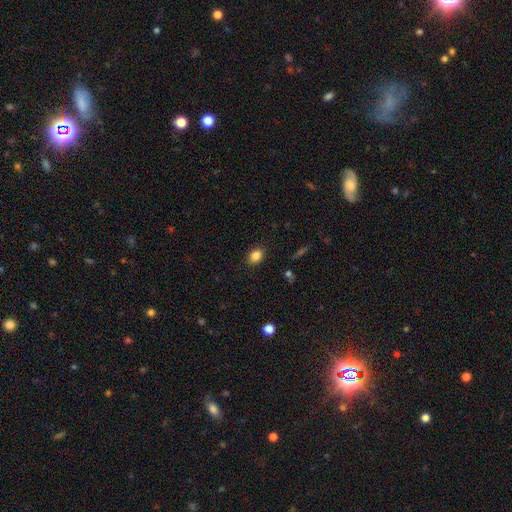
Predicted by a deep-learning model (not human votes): Morphology: type=smooth (85%); roundness=in between (65%); merging=none (88%).